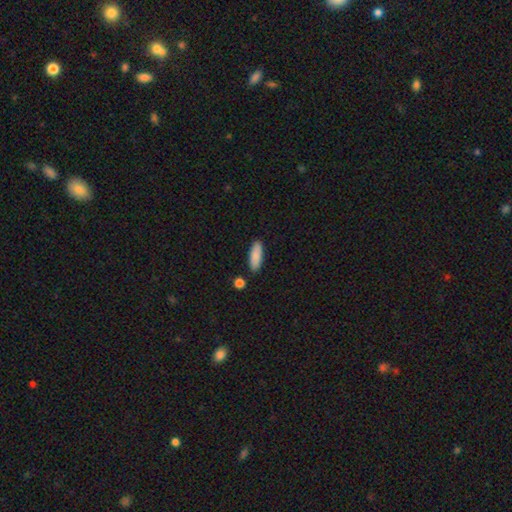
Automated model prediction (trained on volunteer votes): The model was most divided on "how rounded": in between: 59%, cigar-shaped: 39%, round: 2%. More confident: smooth or featured — smooth (88%); merging — none (85%).